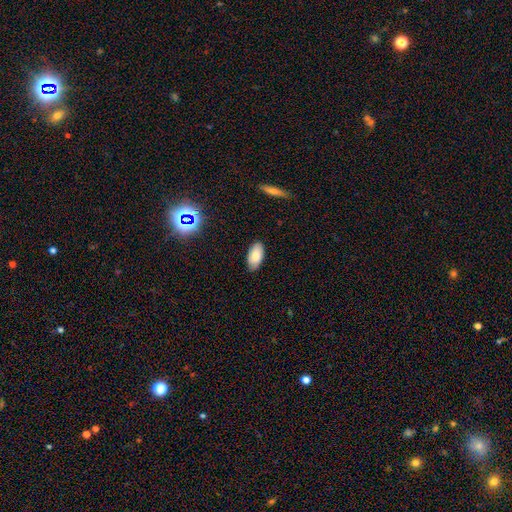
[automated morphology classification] Overall: smooth (81%). How rounded: in between (94%). Merging: none (86%).